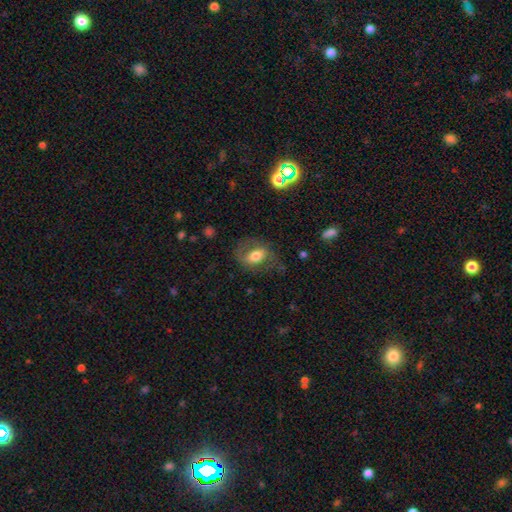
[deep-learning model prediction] Q: Smooth or featured?
A: smooth (51%); runner-up: featured or disk (40%)
Q: How rounded?
A: in between (76%); runner-up: round (22%)
Q: Merging?
A: none (62%); runner-up: minor disturbance (19%)